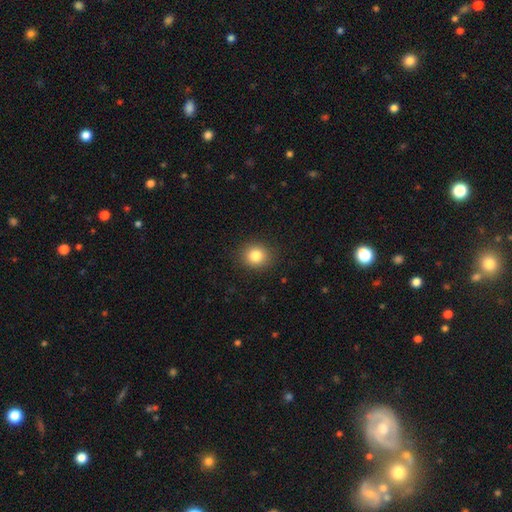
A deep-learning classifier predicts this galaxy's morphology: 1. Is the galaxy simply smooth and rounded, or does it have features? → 83% smooth, 11% star or artifact, 6% featured or disk.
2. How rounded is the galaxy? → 80% round, 19% in between, 1% cigar-shaped.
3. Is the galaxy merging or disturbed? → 90% none, 7% minor disturbance, 2% major disturbance, 1% merger.